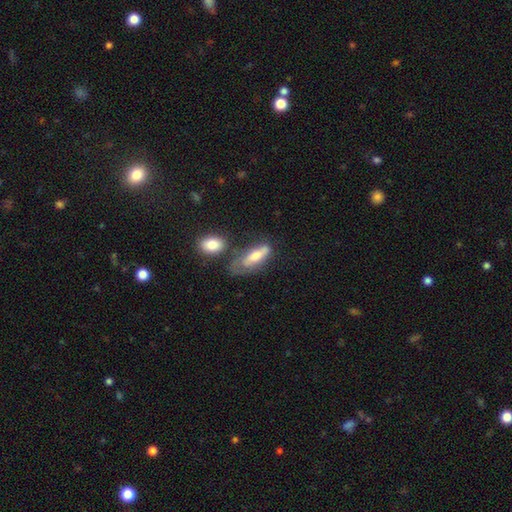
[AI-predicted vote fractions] This appears to be a smooth galaxy with no disk features (57%) that is in between round and cigar-shaped (65%). Merging: none (36%).